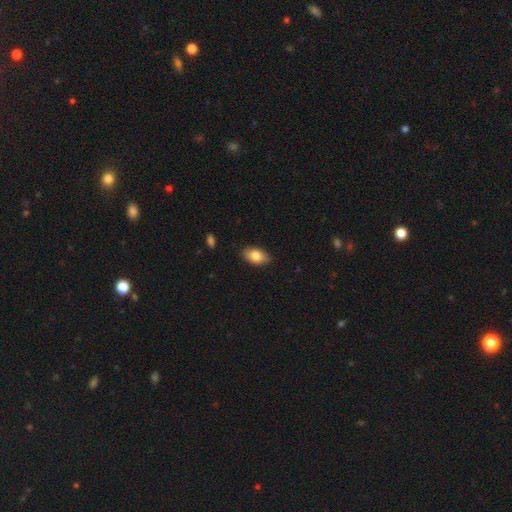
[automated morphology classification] Smooth or featured: smooth — 82% (featured or disk — 12%)
How rounded: in between — 92% (round — 6%)
Merging: none — 87% (minor disturbance — 10%)